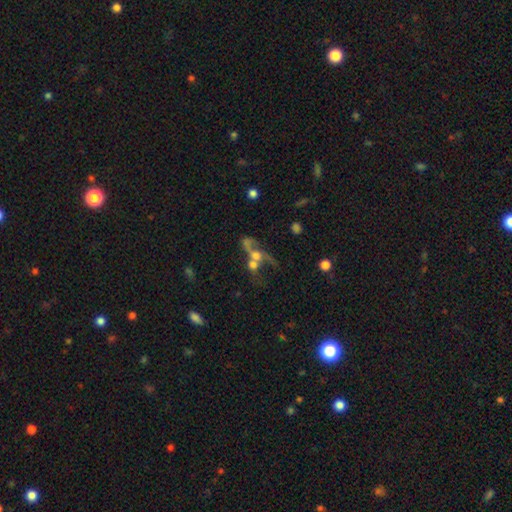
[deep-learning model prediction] smooth-or-featured: featured or disk: 54% | smooth: 32% | star or artifact: 15%
  disk-edge-on: no: 92% | yes: 8%
  merging: merger: 57% | major disturbance: 18% | none: 18% | minor disturbance: 7%